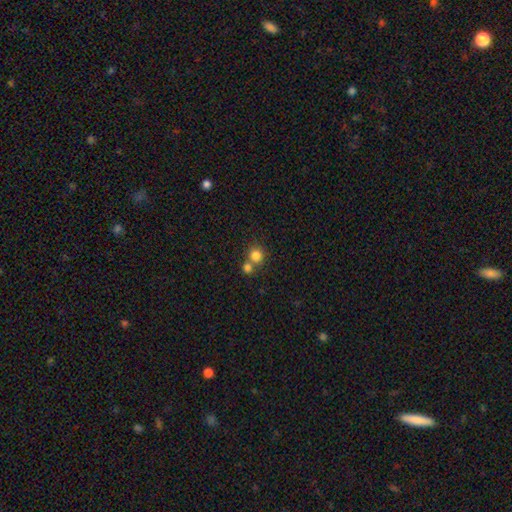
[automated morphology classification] Smooth or featured?
  - smooth: 81% *
  - star or artifact: 12%
  - featured or disk: 7%
How rounded?
  - round: 90% *
  - in between: 9%
  - cigar-shaped: 1%
Merging?
  - none: 52% *
  - merger: 39%
  - minor disturbance: 6%
  - major disturbance: 2%